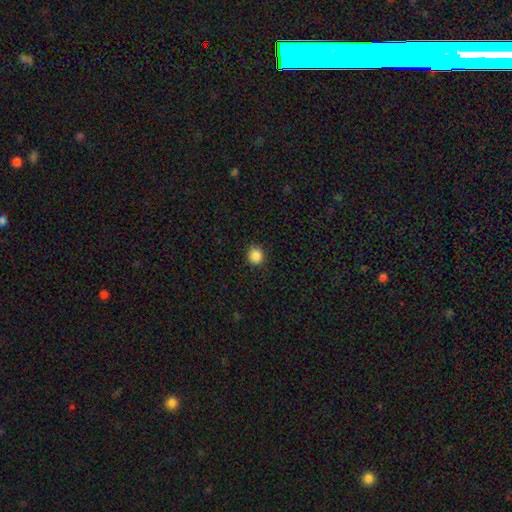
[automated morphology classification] Overall: smooth (87%). How rounded: round (89%). Merging: none (91%).